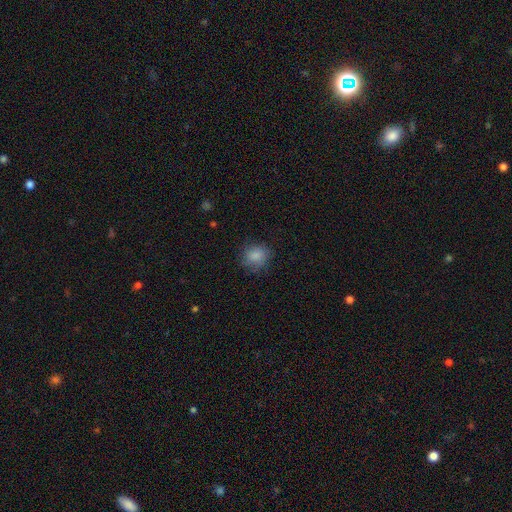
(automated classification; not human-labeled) smooth-or-featured: smooth: 85% | star or artifact: 9% | featured or disk: 7%
  how-rounded: round: 72% | in between: 27% | cigar-shaped: 1%
  merging: none: 76% | minor disturbance: 18% | major disturbance: 6% | merger: 1%